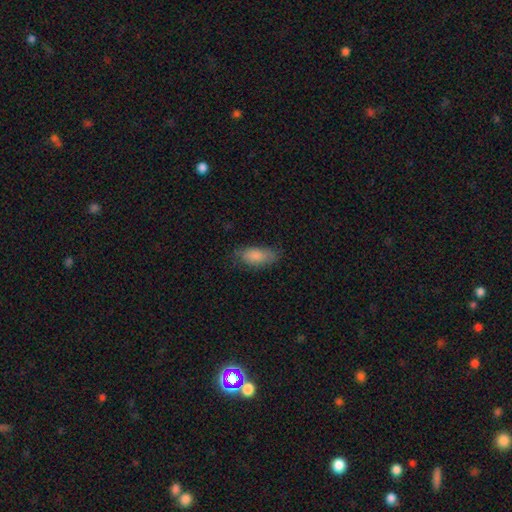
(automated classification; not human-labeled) Q: Smooth or featured?
A: smooth (82%); runner-up: featured or disk (11%)
Q: How rounded?
A: in between (86%); runner-up: cigar-shaped (12%)
Q: Merging?
A: none (68%); runner-up: minor disturbance (24%)